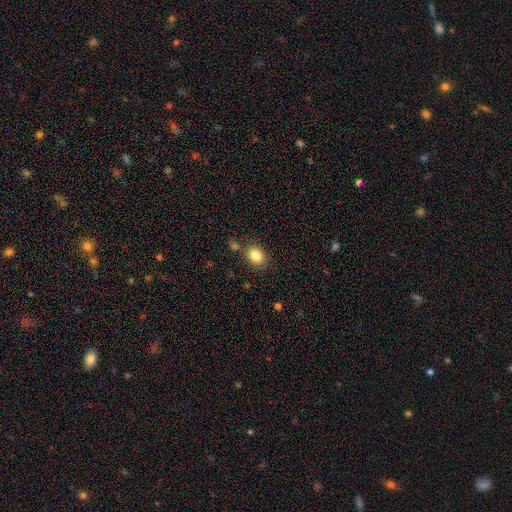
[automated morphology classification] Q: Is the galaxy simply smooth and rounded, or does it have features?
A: smooth — 85%.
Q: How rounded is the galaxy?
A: in between — 57%.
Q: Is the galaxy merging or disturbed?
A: none — 77%.